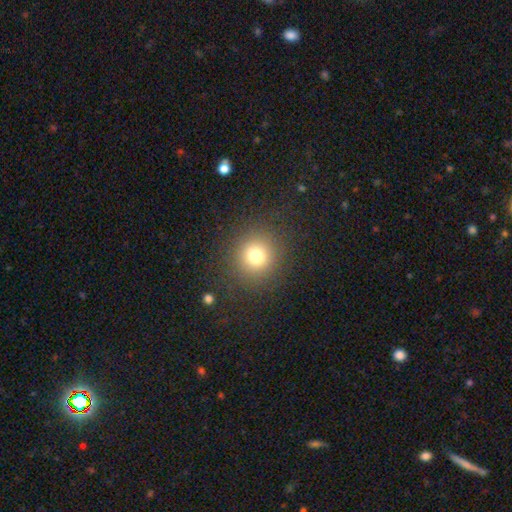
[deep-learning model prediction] Smooth or featured? Predicted: smooth (p=0.75). How rounded? Predicted: round (p=0.90). Merging? Predicted: none (p=0.87).